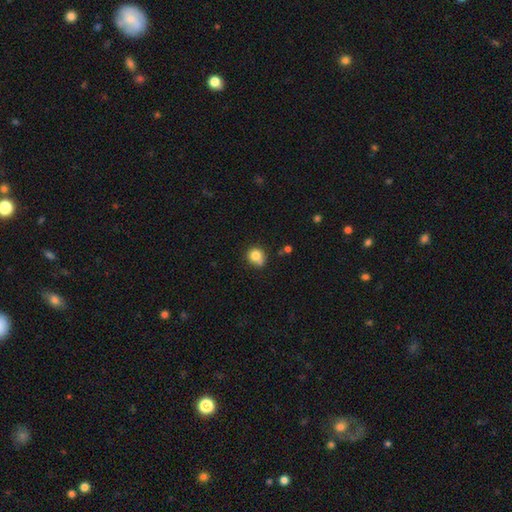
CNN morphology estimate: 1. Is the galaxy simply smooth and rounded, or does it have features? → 80% smooth, 11% star or artifact, 9% featured or disk.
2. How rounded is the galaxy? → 80% round, 19% in between, 1% cigar-shaped.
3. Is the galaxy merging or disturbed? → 57% none, 23% minor disturbance, 14% merger, 6% major disturbance.